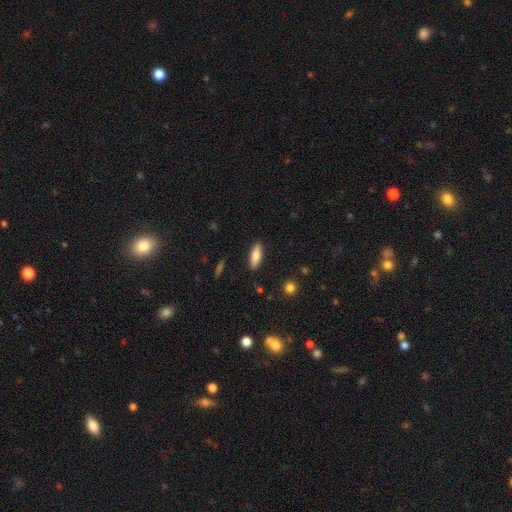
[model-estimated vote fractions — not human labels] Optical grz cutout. It shows a smooth galaxy with no disk features (81%) that is in between round and cigar-shaped (61%). Merging: none (88%).